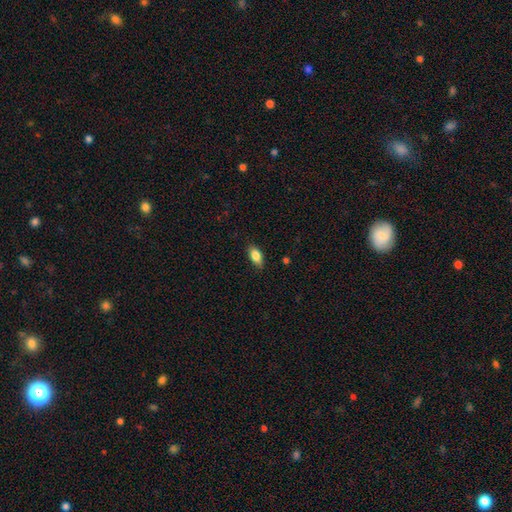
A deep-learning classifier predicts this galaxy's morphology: The model was most divided on "merging": none: 86%, minor disturbance: 11%, major disturbance: 2%, merger: 1%. More confident: how rounded — in between (90%); smooth or featured — smooth (84%).